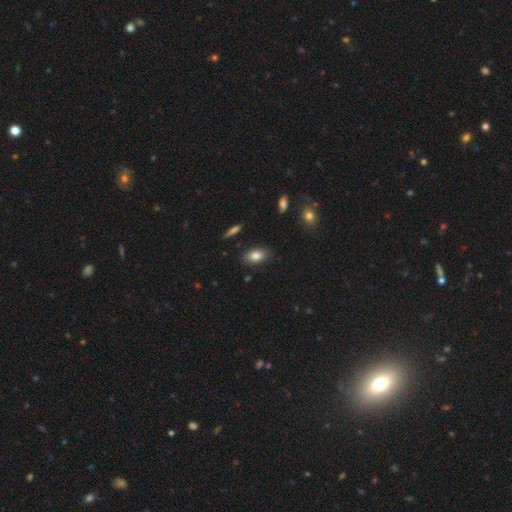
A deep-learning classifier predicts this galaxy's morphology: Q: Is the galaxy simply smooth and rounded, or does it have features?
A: smooth — 82%.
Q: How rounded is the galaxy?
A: in between — 89%.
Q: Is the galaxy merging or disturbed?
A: none — 86%.